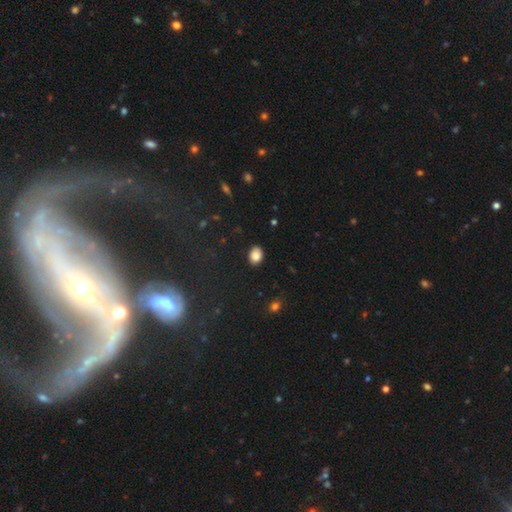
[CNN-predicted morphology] The model was most divided on "how rounded": in between: 71%, round: 28%, cigar-shaped: 1%. More confident: merging — none (86%); smooth or featured — smooth (86%).